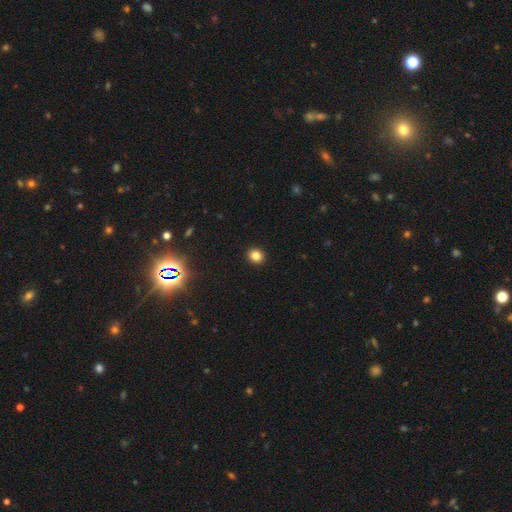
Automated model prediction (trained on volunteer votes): The model was most divided on "how rounded": round: 76%, in between: 23%, cigar-shaped: 1%. More confident: merging — none (92%); smooth or featured — smooth (83%).